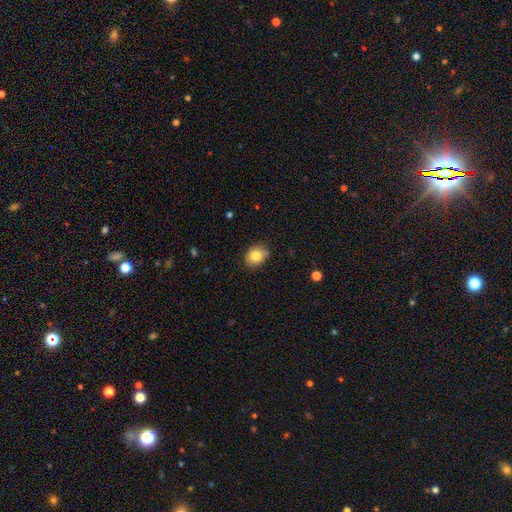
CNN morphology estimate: This is clearly a smooth galaxy (83%). How rounded: possibly round (55%). Merging: clearly none (81%).